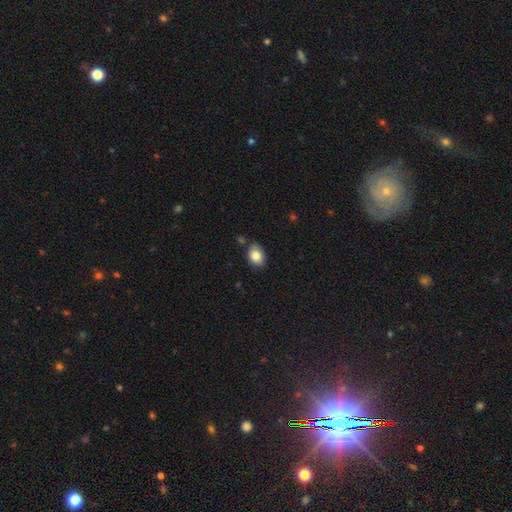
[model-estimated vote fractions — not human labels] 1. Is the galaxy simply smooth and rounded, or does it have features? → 84% smooth, 8% featured or disk, 8% star or artifact.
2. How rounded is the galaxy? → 77% in between, 22% round, 1% cigar-shaped.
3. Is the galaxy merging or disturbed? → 75% none, 18% minor disturbance, 4% merger, 3% major disturbance.